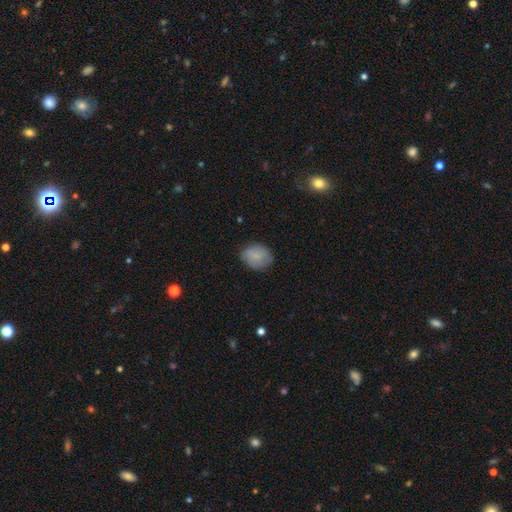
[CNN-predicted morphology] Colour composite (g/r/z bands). It shows a smooth galaxy with no disk features (81%) that is in between round and cigar-shaped (54%). Merging: none (77%).